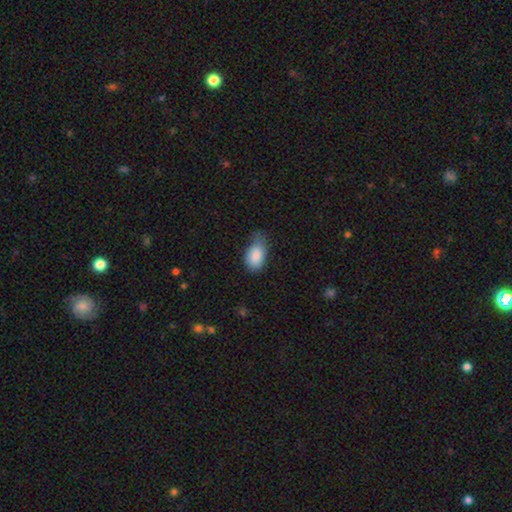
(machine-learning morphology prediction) Smooth or featured? Predicted: smooth (p=0.85). How rounded? Predicted: in between (p=0.90). Merging? Predicted: minor disturbance (p=0.46).